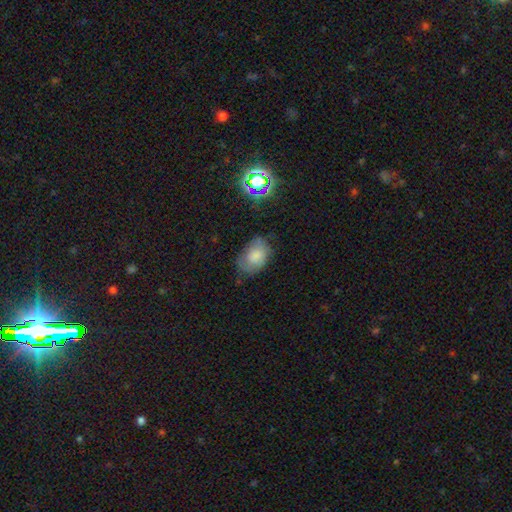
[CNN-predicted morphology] Smooth or featured? Predicted: smooth (p=0.65). How rounded? Predicted: in between (p=0.81). Merging? Predicted: none (p=0.55).